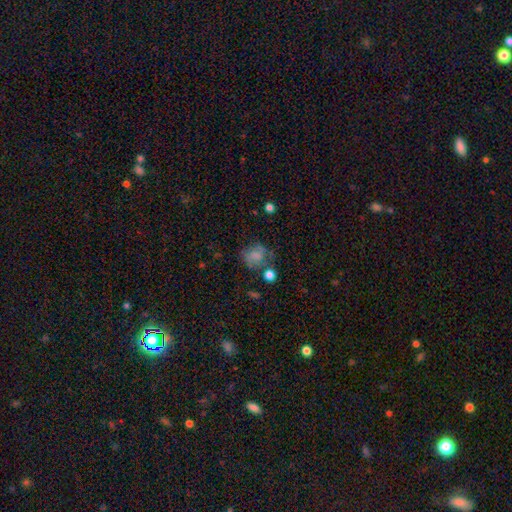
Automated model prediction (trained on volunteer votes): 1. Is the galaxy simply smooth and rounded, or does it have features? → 63% smooth, 24% featured or disk, 13% star or artifact.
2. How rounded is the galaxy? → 63% round, 36% in between, 1% cigar-shaped.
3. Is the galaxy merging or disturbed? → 47% none, 24% minor disturbance, 20% major disturbance, 10% merger.